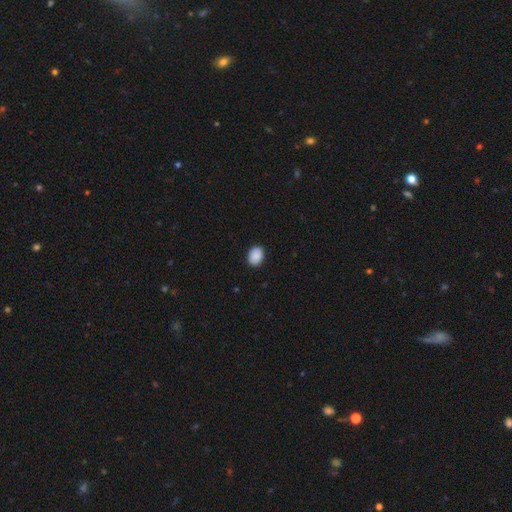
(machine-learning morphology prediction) This is clearly a smooth galaxy (90%). How rounded: likely in between (72%). Merging: clearly none (90%).